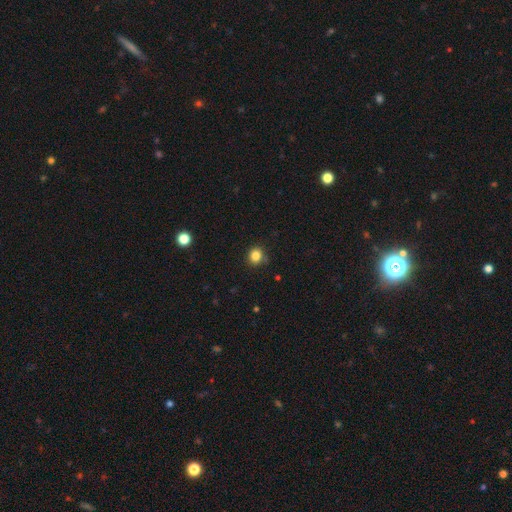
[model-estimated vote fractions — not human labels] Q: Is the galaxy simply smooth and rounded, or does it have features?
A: smooth — 84%.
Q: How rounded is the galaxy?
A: round — 83%.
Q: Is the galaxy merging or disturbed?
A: none — 85%.